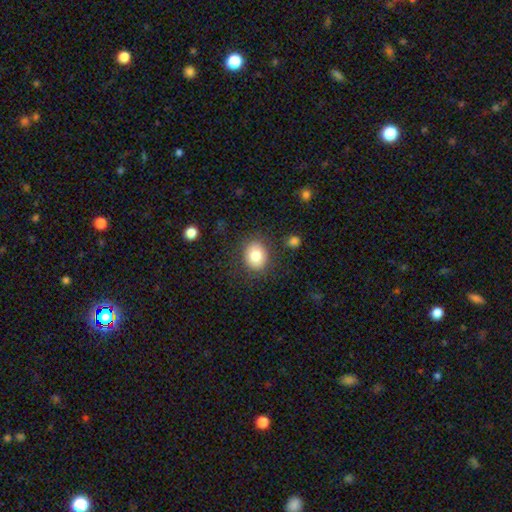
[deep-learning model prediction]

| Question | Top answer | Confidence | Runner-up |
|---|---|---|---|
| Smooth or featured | smooth | 81% | featured or disk (10%) |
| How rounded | round | 58% | in between (41%) |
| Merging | none | 84% | minor disturbance (10%) |